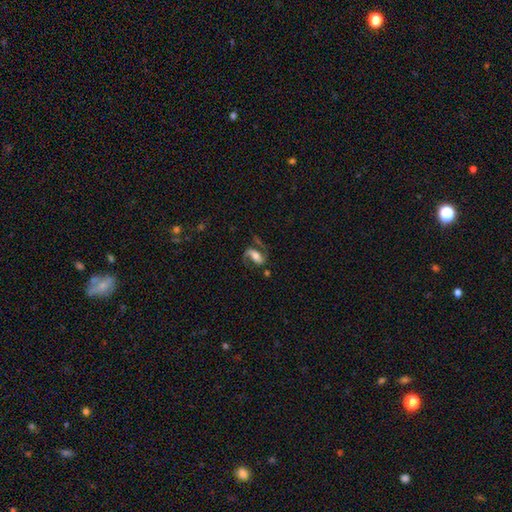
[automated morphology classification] Smooth or featured? featured or disk (67%)
Edge-on disk? no (93%)
Bar? strong (36%)
Spiral arms? yes (88%)
Spiral winding? loose (46%)
Spiral arm count? 2 (74%)
Bulge size? moderate (48%)
Merging? none (51%)